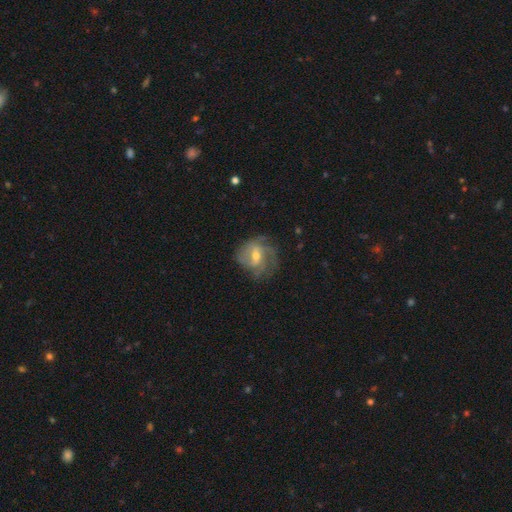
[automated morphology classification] The model was most divided on "spiral arm count": can't tell: 32%, 3: 26%, 2: 23%, 4: 10%, 1: 6%, more than 4: 4%. Remaining: edge-on disk — no (97%); spiral arms — yes (86%); smooth or featured — featured or disk (72%); merging — none (61%); bulge size — moderate (53%); bar — weak (51%); spiral winding — medium (44%).